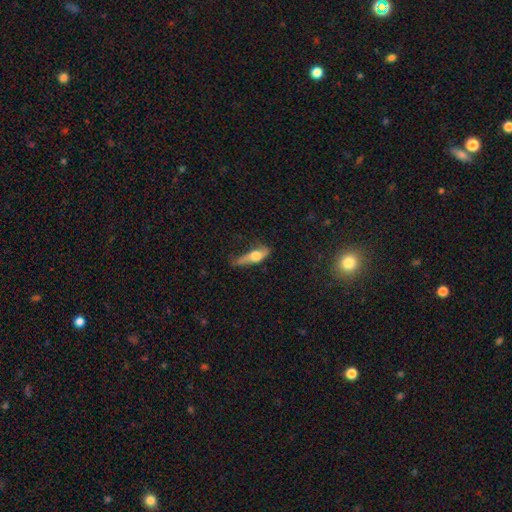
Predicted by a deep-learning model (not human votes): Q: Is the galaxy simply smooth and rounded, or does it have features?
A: smooth — 53%.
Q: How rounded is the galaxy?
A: in between — 49%.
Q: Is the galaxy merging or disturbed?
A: minor disturbance — 36%, tied with none.